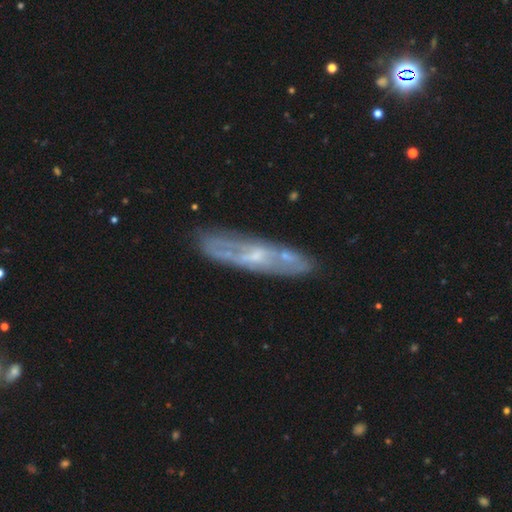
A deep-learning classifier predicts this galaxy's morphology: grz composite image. It shows a featured or disk galaxy (66%). Merging: none (74%).